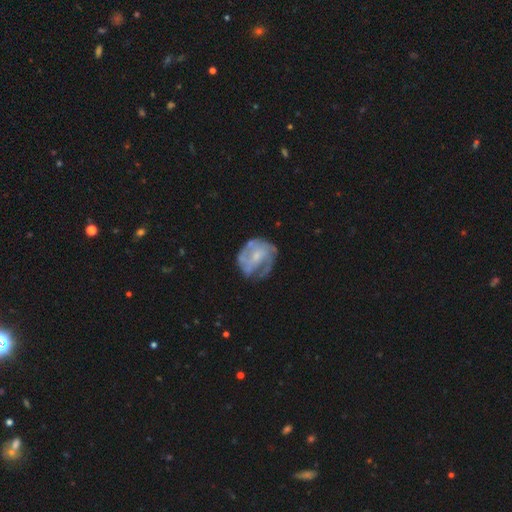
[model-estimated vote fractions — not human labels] smooth-or-featured: featured or disk: 72% | smooth: 22% | star or artifact: 7%
  disk-edge-on: no: 98% | yes: 2%
    bar: no: 58% | weak: 34% | strong: 8%
    has-spiral-arms: yes: 76% | no: 24%
      spiral-winding: tight: 41% | medium: 39% | loose: 19%
      spiral-arm-count: can't tell: 37% | 2: 25% | 3: 20% | 1: 8% | 4: 6% | more than 4: 4%
    bulge-size: small: 57% | moderate: 29% | none: 11% | large: 2% | dominant: 1%
  merging: none: 53% | minor disturbance: 25% | major disturbance: 20% | merger: 2%